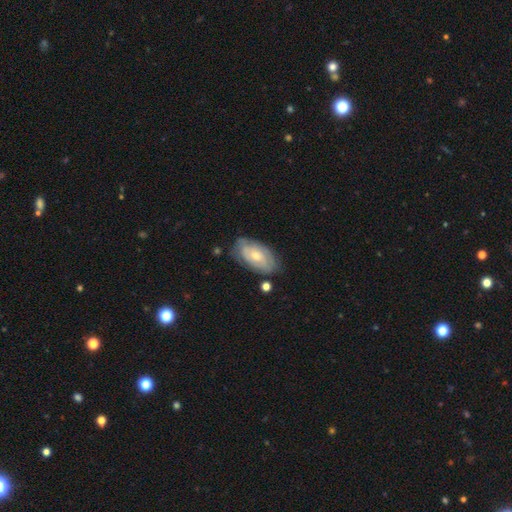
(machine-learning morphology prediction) smooth_or_featured: featured or disk (p=0.57) [alt: smooth p=0.37]
disk_edge_on: no (p=0.93) [alt: yes p=0.07]
bar: no (p=0.69) [alt: weak p=0.27]
has_spiral_arms: yes (p=0.72) [alt: no p=0.28]
bulge_size: moderate (p=0.47) [tied with: small p=0.47]
merging: none (p=0.69) [alt: minor disturbance p=0.22]